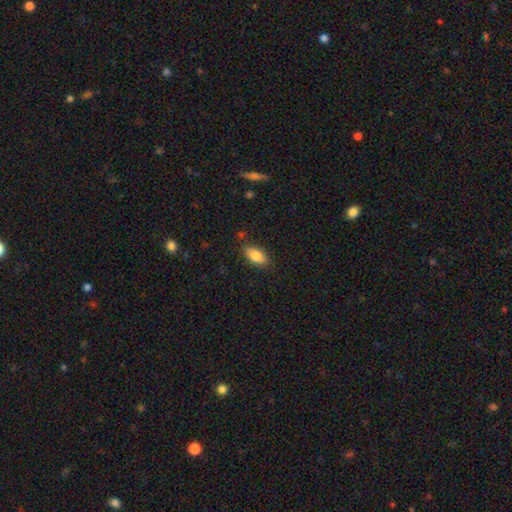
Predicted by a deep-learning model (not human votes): Smooth or featured? Predicted: smooth (p=0.84). How rounded? Predicted: in between (p=0.90). Merging? Predicted: none (p=0.84).